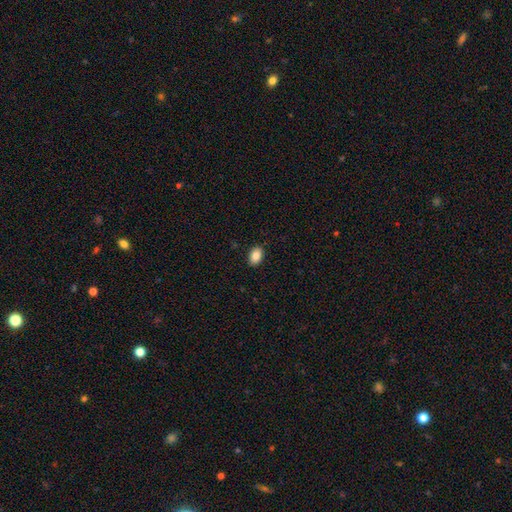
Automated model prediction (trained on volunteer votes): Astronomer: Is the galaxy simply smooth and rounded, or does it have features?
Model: smooth — 86%.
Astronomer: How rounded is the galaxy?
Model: in between — 86%.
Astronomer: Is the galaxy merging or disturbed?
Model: none — 90%.